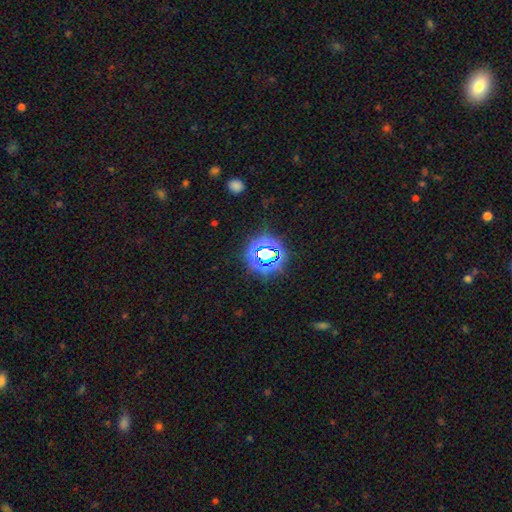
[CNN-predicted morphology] Smooth or featured? star or artifact (75%)